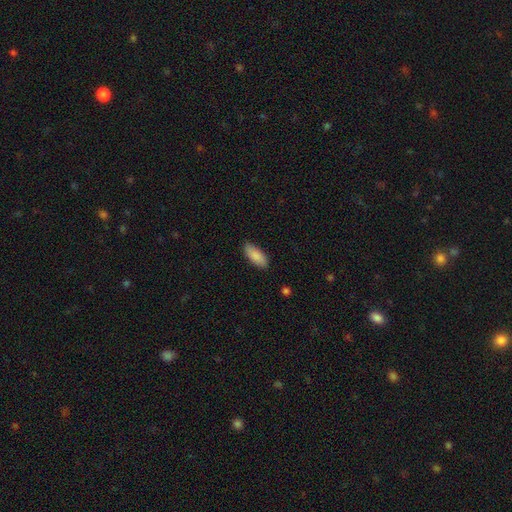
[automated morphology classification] A smooth galaxy with no disk features (89%) that is in between round and cigar-shaped (80%). Merging: none (86%).